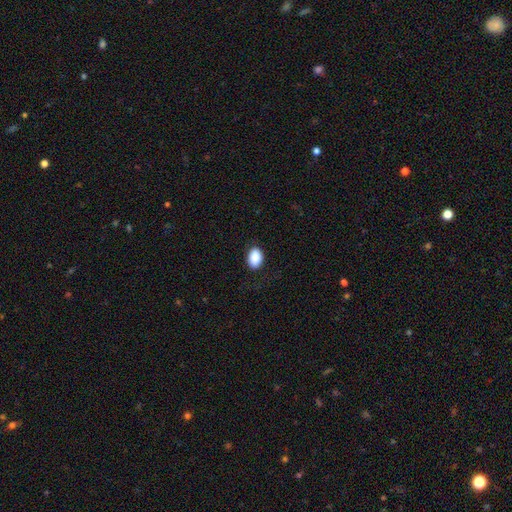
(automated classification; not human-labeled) smooth_or_featured: smooth (p=0.90) [alt: star or artifact p=0.07]
how_rounded: in between (p=0.85) [alt: round p=0.14]
merging: none (p=0.82) [alt: minor disturbance p=0.13]